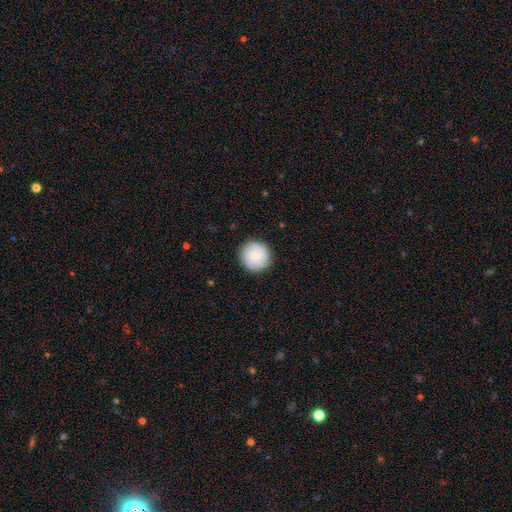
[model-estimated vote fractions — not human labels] smooth_or_featured: smooth (p=0.74) [alt: featured or disk p=0.19]
how_rounded: round (p=0.95) [alt: in between p=0.04]
merging: none (p=0.88) [alt: minor disturbance p=0.09]